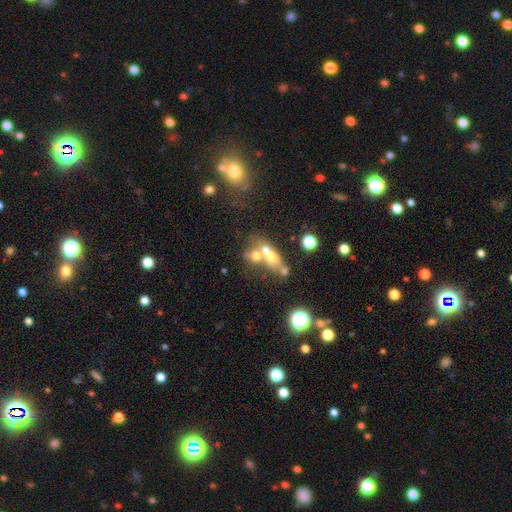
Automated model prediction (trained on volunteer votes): The model was most divided on "smooth or featured": smooth: 48%, featured or disk: 35%, star or artifact: 17%. More confident: merging — merger (60%).